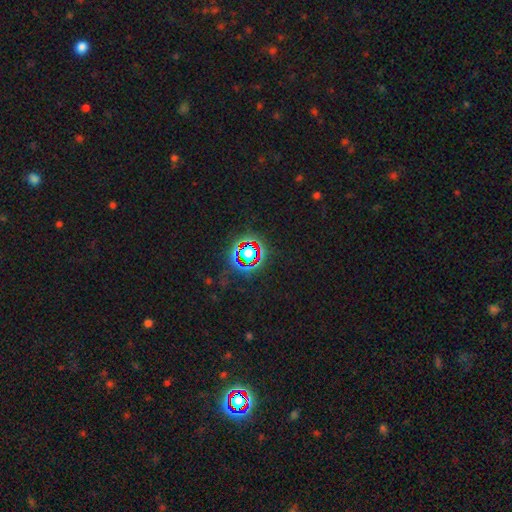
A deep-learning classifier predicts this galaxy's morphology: Smooth or featured?
  - star or artifact: 81% *
  - smooth: 11%
  - featured or disk: 8%